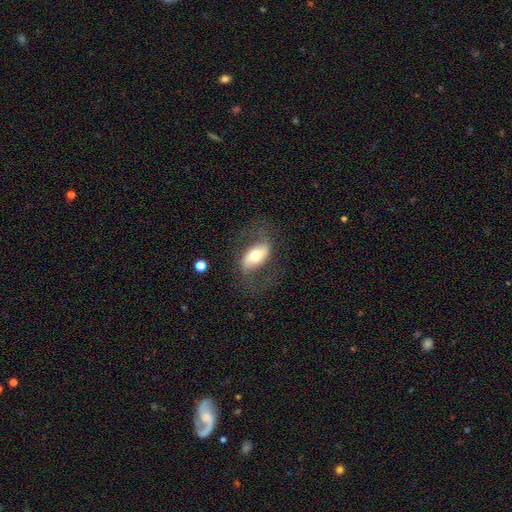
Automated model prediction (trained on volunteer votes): Overall: featured or disk (60%; smooth 34%). Edge-on disk: no (89%). Bar: strong (38%; no 34%). Spiral arms: yes (74%). Bulge size: moderate (69%). Merging: none (69%).